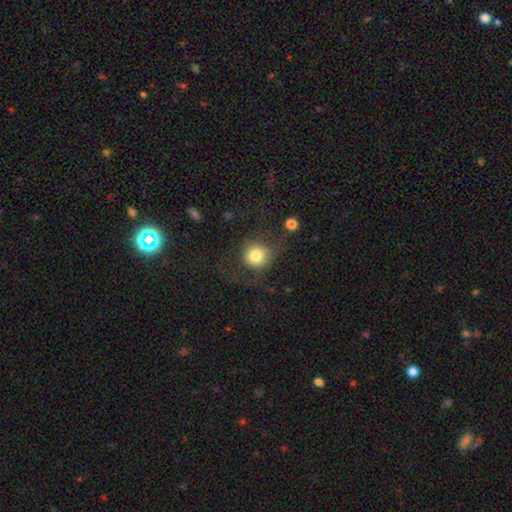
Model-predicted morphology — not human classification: This is likely a smooth galaxy (76%). How rounded: clearly round (85%). Merging: possibly none (53%).